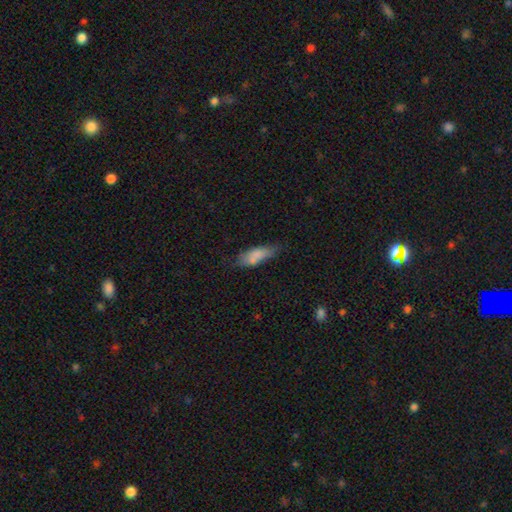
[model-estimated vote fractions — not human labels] The model was most divided on "merging": none: 53%, minor disturbance: 28%, major disturbance: 10%, merger: 9%. More confident: smooth or featured — smooth (76%); how rounded — in between (67%).